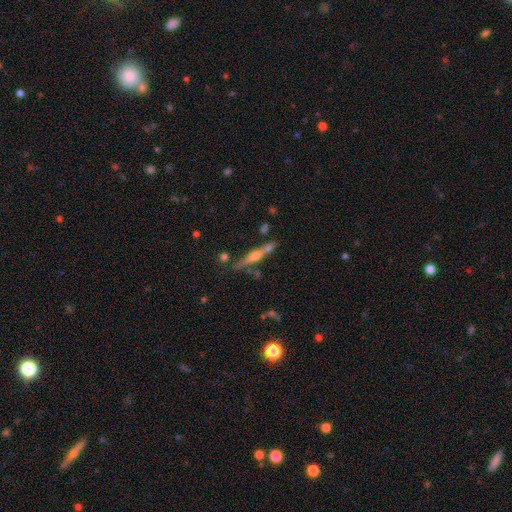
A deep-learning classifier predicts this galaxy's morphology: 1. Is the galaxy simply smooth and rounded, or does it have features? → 69% featured or disk, 23% smooth, 8% star or artifact.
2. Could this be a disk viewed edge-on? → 96% yes, 4% no.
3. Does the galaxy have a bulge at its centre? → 86% rounded, 8% boxy, 6% none.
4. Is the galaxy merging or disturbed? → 74% none, 12% minor disturbance, 11% merger, 3% major disturbance.